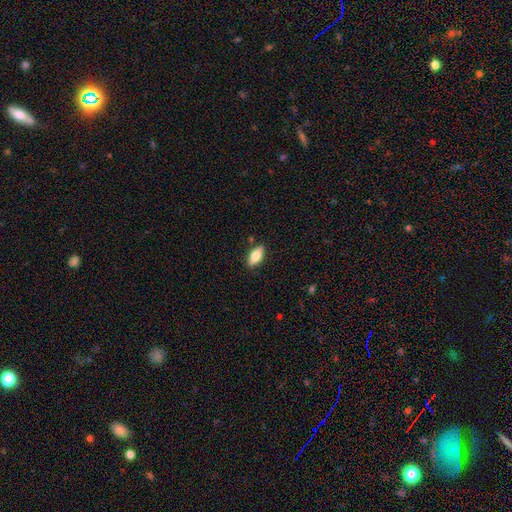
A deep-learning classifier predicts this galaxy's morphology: A smooth galaxy with no disk features (74%) that is in between round and cigar-shaped (86%). Merging: none (86%).